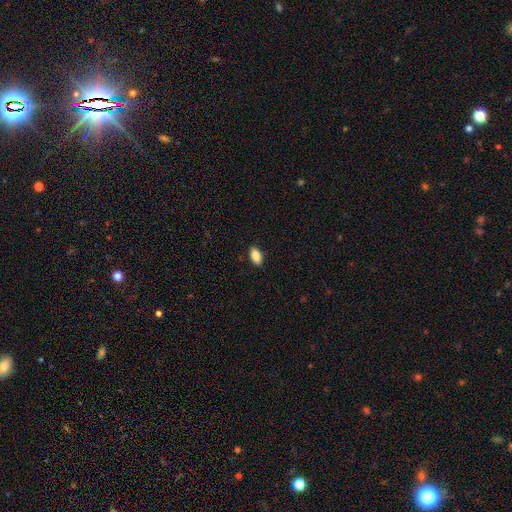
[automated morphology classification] smooth_or_featured: smooth (p=0.86) [alt: star or artifact p=0.08]
how_rounded: in between (p=0.92) [alt: cigar-shaped p=0.04]
merging: none (p=0.88) [alt: minor disturbance p=0.09]